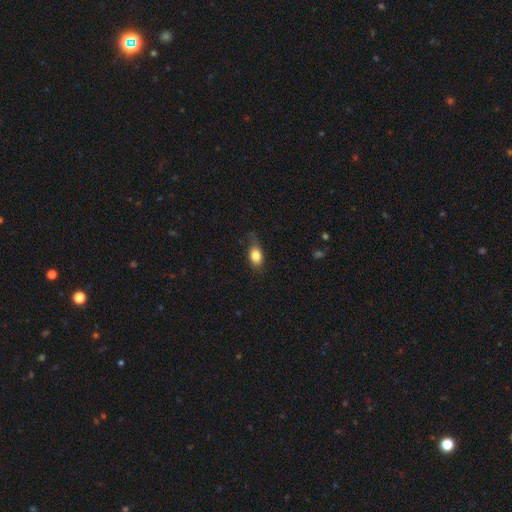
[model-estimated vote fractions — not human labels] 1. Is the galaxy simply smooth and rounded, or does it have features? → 80% smooth, 12% featured or disk, 8% star or artifact.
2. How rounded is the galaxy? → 77% in between, 18% round, 5% cigar-shaped.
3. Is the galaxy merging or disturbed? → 59% none, 30% minor disturbance, 10% major disturbance, 2% merger.